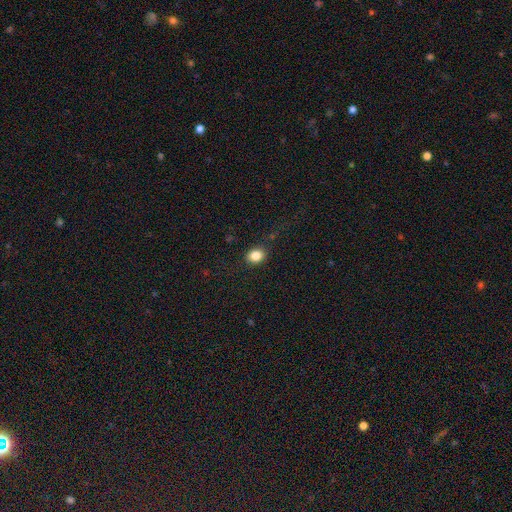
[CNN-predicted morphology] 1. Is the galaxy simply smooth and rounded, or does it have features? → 84% smooth, 10% star or artifact, 6% featured or disk.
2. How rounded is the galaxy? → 53% round, 46% in between, 1% cigar-shaped.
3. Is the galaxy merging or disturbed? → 84% none, 11% minor disturbance, 4% major disturbance, 1% merger.